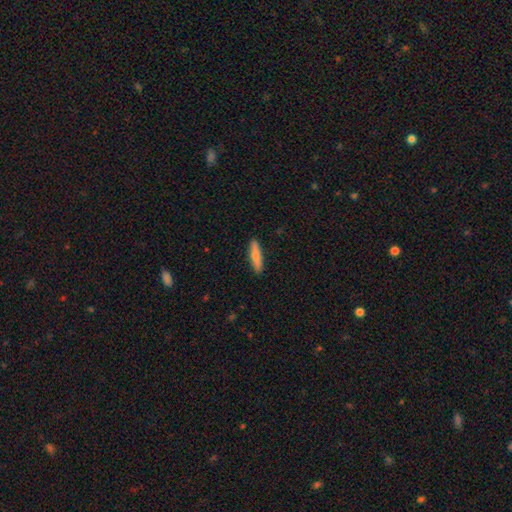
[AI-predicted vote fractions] Morphology: type=smooth (78%); roundness=cigar-shaped (85%); merging=none (90%).